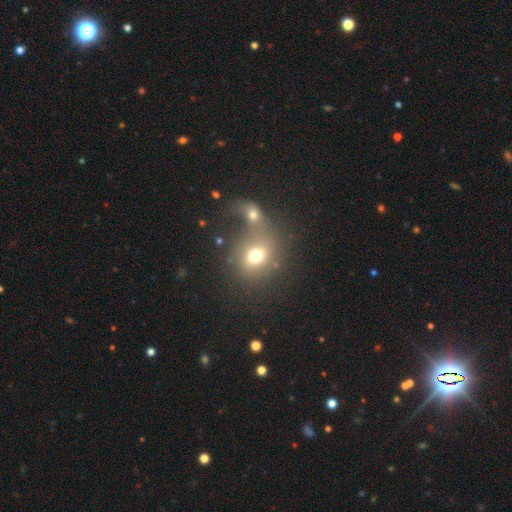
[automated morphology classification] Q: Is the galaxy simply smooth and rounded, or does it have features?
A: smooth — 69%.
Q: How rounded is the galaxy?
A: round — 67%.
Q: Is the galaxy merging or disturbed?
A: merger — 49%.